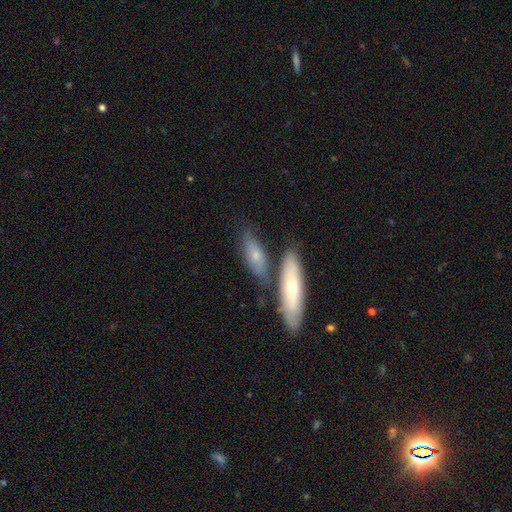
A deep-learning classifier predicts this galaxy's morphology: Q: Smooth or featured?
A: smooth (62%); runner-up: featured or disk (32%)
Q: How rounded?
A: in between (53%); runner-up: cigar-shaped (43%)
Q: Merging?
A: none (57%); runner-up: merger (25%)